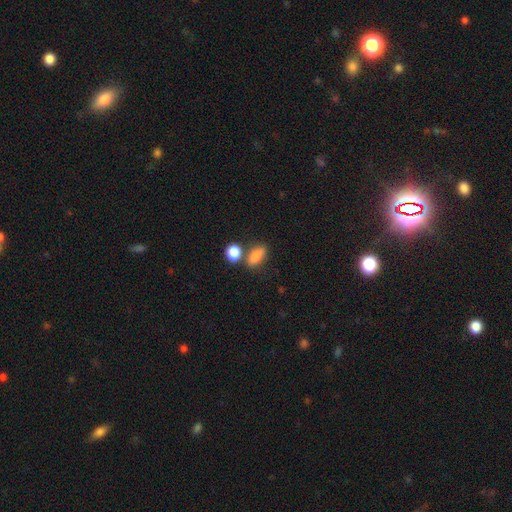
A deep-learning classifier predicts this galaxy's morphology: Smooth or featured? smooth (84%)
How rounded? in between (75%)
Merging? none (61%)